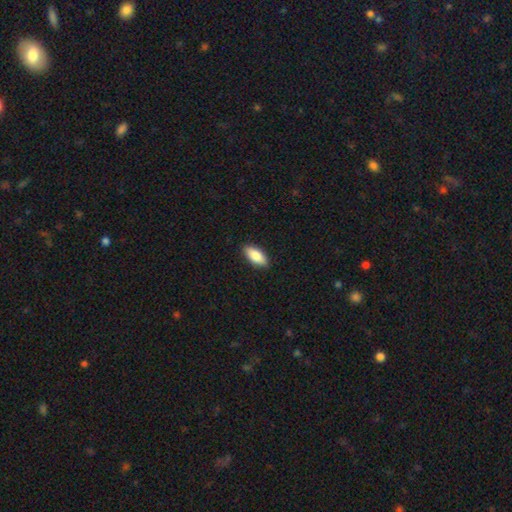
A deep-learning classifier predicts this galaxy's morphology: type=smooth (84%); roundness=in between (82%); merging=none (89%).